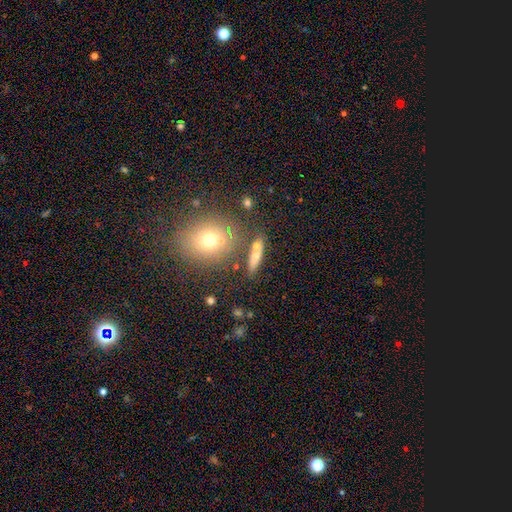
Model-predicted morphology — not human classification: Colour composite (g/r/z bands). It shows a smooth galaxy with no disk features (60%) that is cigar-shaped (51%). Merging: none (64%).